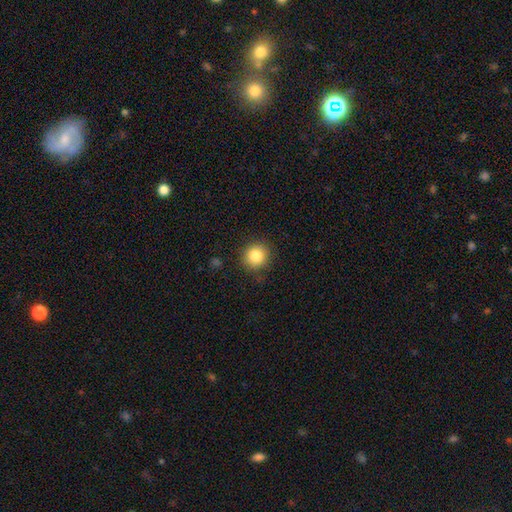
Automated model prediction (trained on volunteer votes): A smooth galaxy with no disk features (84%) that is round (89%).

Vote fractions:
- Smooth or featured? smooth: 84% / star or artifact: 10% / featured or disk: 6%
- How rounded? round: 89% / in between: 10% / cigar-shaped: 1%
- Merging? none: 88% / minor disturbance: 9% / major disturbance: 3% / merger: 1%